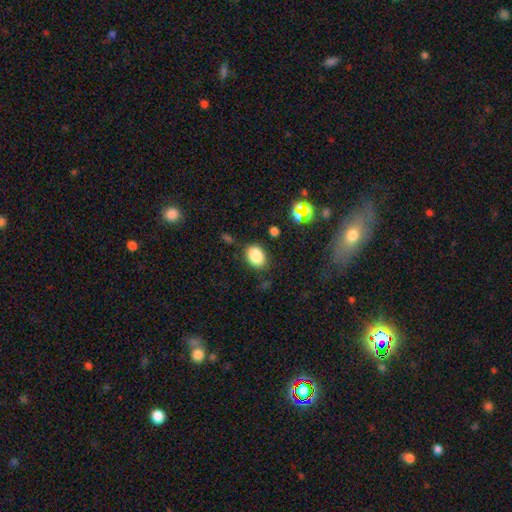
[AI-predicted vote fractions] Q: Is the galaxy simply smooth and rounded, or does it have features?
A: smooth — 84%.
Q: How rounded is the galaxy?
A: in between — 72%.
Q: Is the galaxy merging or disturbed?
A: none — 80%.